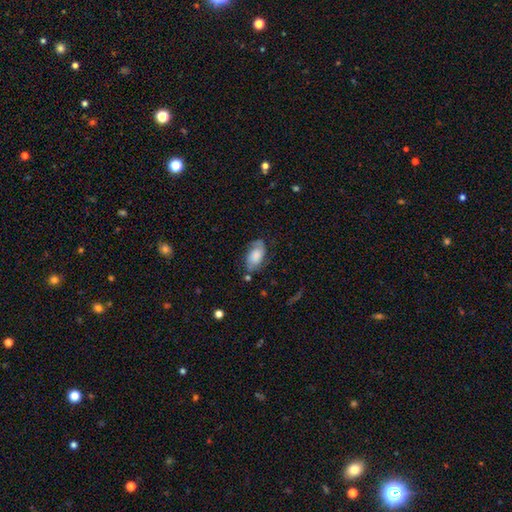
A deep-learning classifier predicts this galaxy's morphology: type=featured or disk (59%); edge-on=no (96%); bar=no (63%); spiral arms=yes (91%); winding=medium (44%); arm count=2 (83%); bulge=large (35%); merging=none (70%).